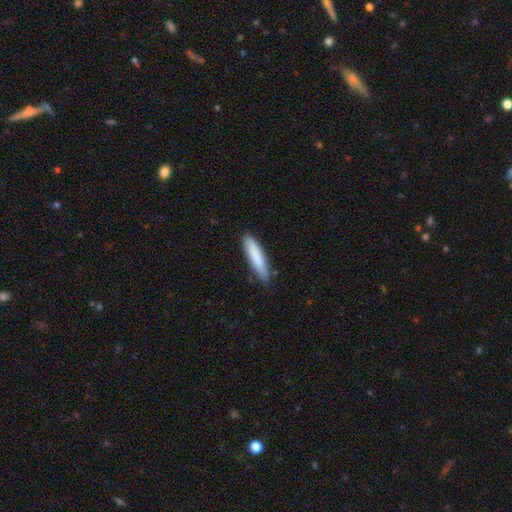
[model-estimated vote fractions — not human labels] Morphology: type=smooth (83%); roundness=cigar-shaped (84%); merging=none (83%).